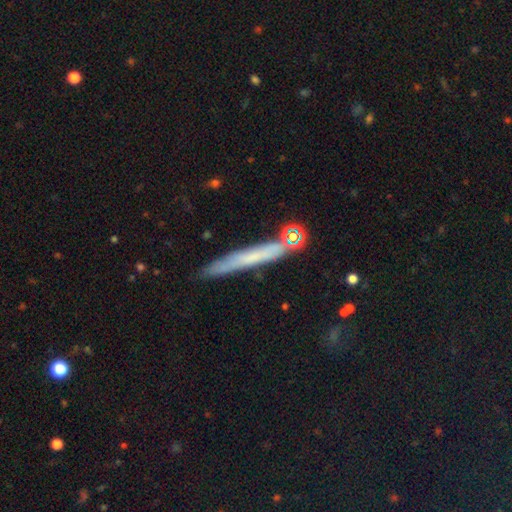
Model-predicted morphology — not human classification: Smooth or featured?
  - smooth: 50% *
  - featured or disk: 40%
  - star or artifact: 10%
How rounded?
  - cigar-shaped: 95% *
  - in between: 3%
  - round: 2%
Merging?
  - none: 79% *
  - minor disturbance: 13%
  - merger: 6%
  - major disturbance: 3%